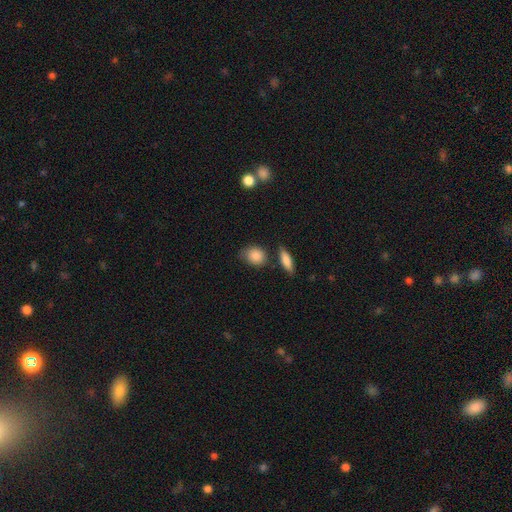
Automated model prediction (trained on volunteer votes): A smooth galaxy with no disk features (85%) that is round (50%). Merging: none (64%).